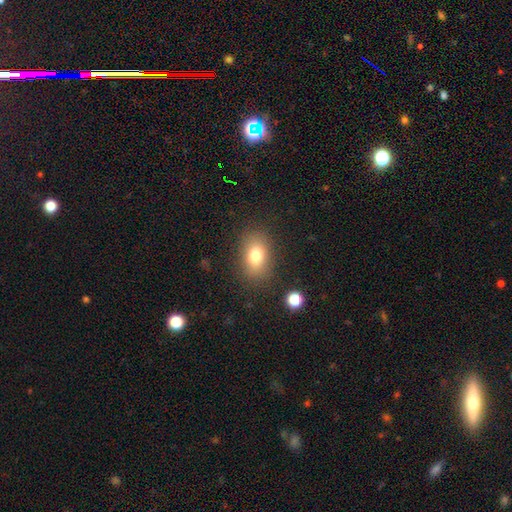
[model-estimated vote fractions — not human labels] A smooth galaxy with no disk features (78%) that is in between round and cigar-shaped (80%).

Vote fractions:
- Smooth or featured? smooth: 78% / featured or disk: 11% / star or artifact: 10%
- How rounded? in between: 80% / round: 18% / cigar-shaped: 2%
- Merging? none: 83% / minor disturbance: 11% / major disturbance: 4% / merger: 2%